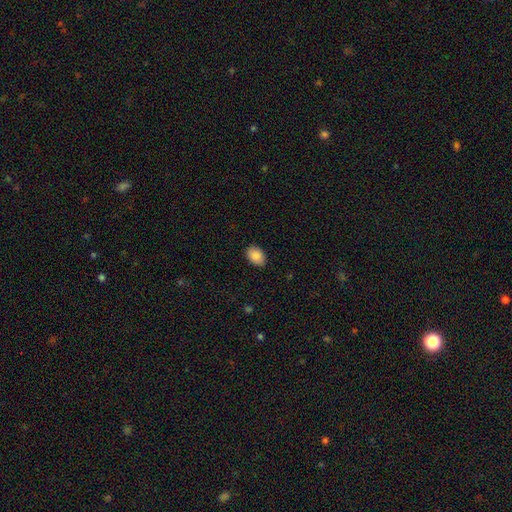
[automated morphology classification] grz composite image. It shows a smooth galaxy with no disk features (85%) that is in between round and cigar-shaped (82%). Merging: none (88%).